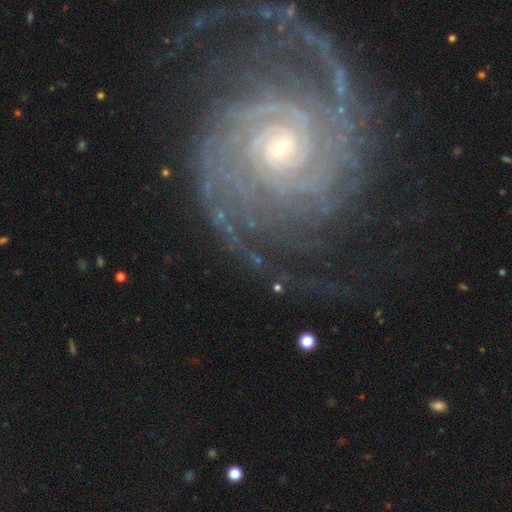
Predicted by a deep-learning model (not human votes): The model was most divided on "spiral arm count": can't tell: 23%, 2: 22%, more than 4: 16%, 4: 15%, 3: 14%, 1: 9%. More confident: spiral arms — yes (98%); edge-on disk — no (97%); smooth or featured — featured or disk (88%); spiral winding — tight (78%); bulge size — small (77%); merging — none (71%); bar — no (64%).